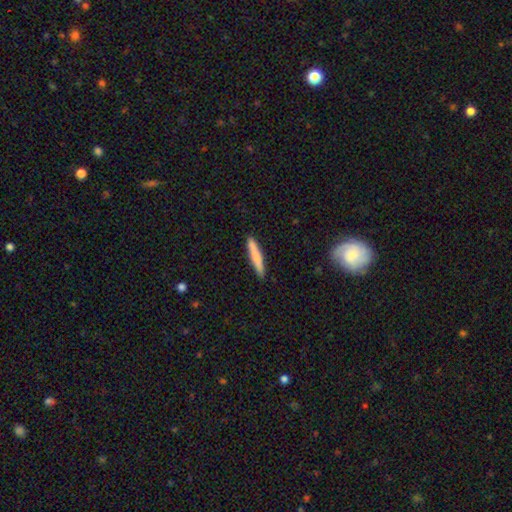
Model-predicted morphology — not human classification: A smooth galaxy with no disk features (75%) that is cigar-shaped (93%).

Vote fractions:
- Smooth or featured? smooth: 75% / featured or disk: 19% / star or artifact: 6%
- How rounded? cigar-shaped: 93% / in between: 5% / round: 1%
- Merging? none: 89% / minor disturbance: 8% / major disturbance: 2% / merger: 1%